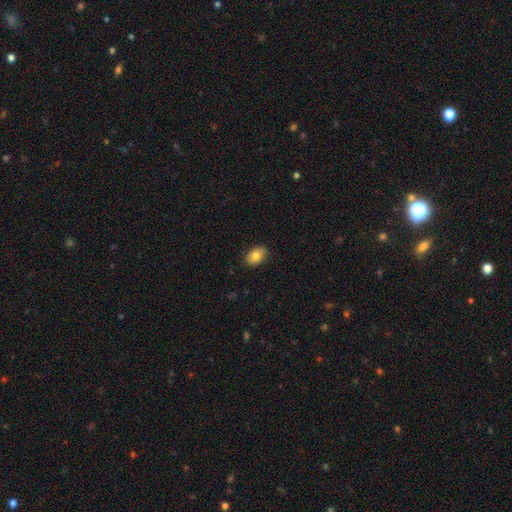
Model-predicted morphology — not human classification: Smooth or featured? Predicted: smooth (p=0.81). How rounded? Predicted: in between (p=0.84). Merging? Predicted: none (p=0.88).